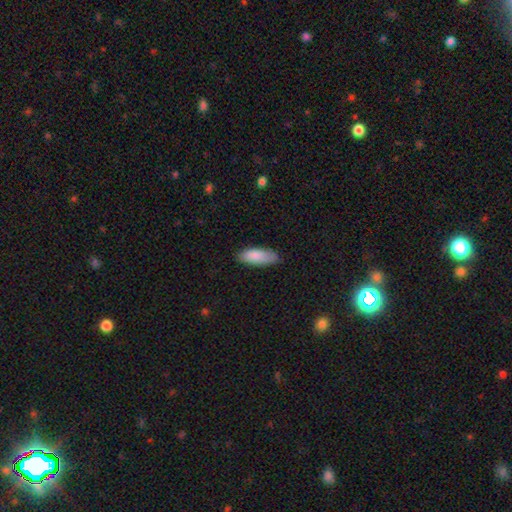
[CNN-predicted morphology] Q: Smooth or featured?
A: smooth (88%); runner-up: featured or disk (7%)
Q: How rounded?
A: in between (77%); runner-up: cigar-shaped (21%)
Q: Merging?
A: none (80%); runner-up: minor disturbance (17%)